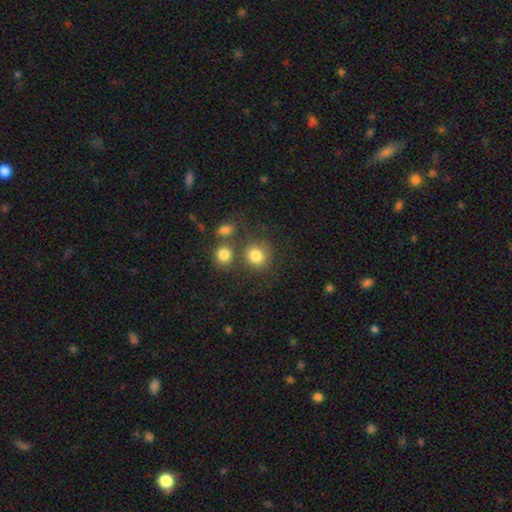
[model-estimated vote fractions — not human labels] Smooth or featured: smooth — 81% (star or artifact — 12%)
How rounded: round — 84% (in between — 15%)
Merging: none — 64% (merger — 19%)